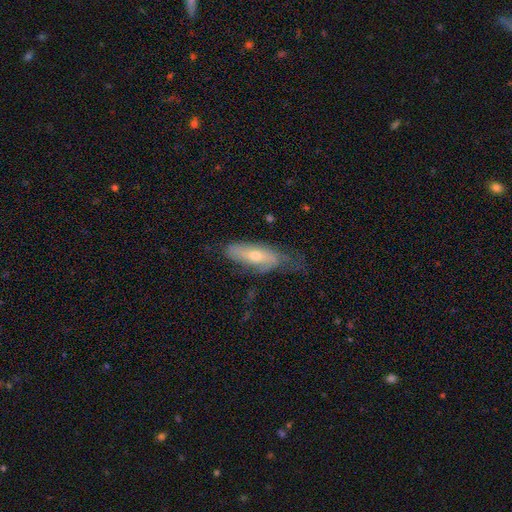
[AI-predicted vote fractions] featured or disk 48%, smooth 45%, star or artifact 7%. Down the decision tree: merging — none (45%).